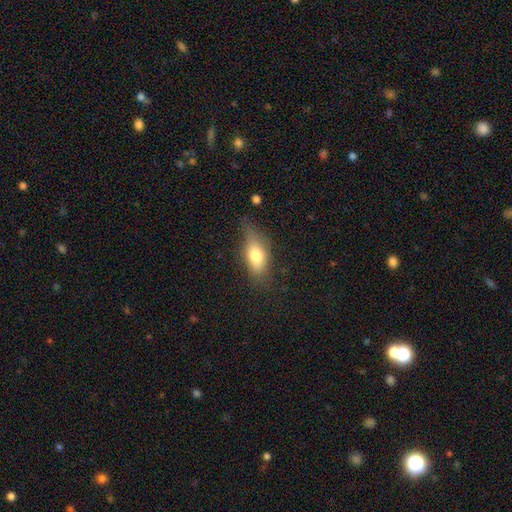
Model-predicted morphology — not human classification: smooth-or-featured: smooth: 73% | featured or disk: 19% | star or artifact: 8%
  how-rounded: in between: 78% | cigar-shaped: 17% | round: 5%
  merging: none: 58% | minor disturbance: 28% | major disturbance: 11% | merger: 2%